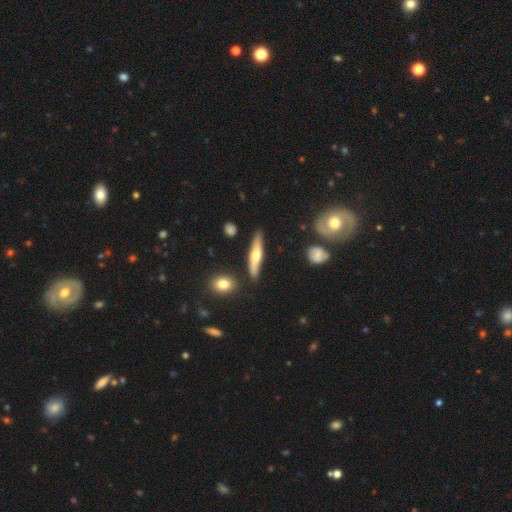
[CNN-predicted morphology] The model was most divided on "smooth or featured": featured or disk: 49%, smooth: 45%, star or artifact: 6%. More confident: merging — none (82%).